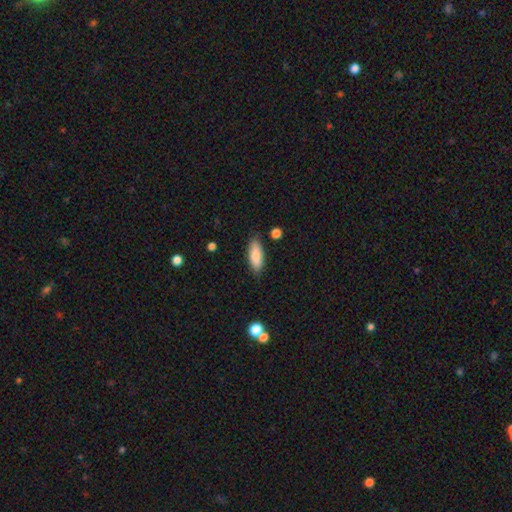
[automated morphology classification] smooth-or-featured: smooth: 84% | featured or disk: 10% | star or artifact: 6%
  how-rounded: in between: 73% | cigar-shaped: 25% | round: 2%
  merging: none: 84% | minor disturbance: 12% | major disturbance: 2% | merger: 2%